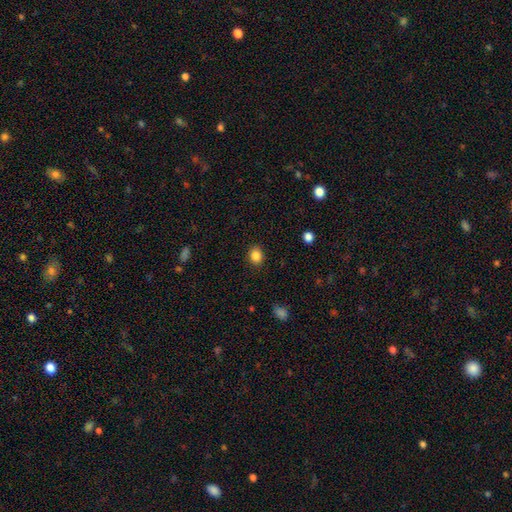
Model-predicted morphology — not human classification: Smooth or featured? smooth (85%)
How rounded? round (61%)
Merging? none (89%)